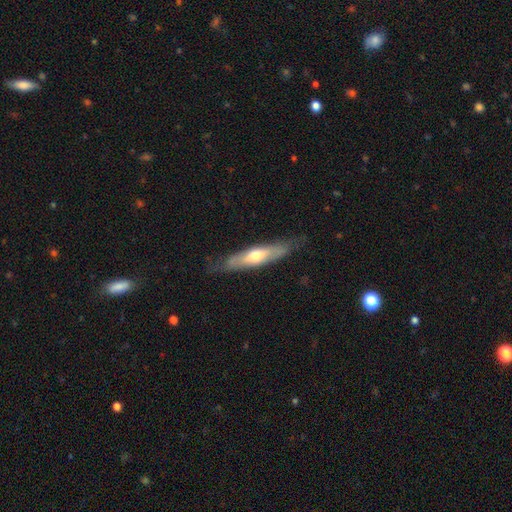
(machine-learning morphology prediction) Smooth or featured? smooth (48%)
Merging? none (76%)